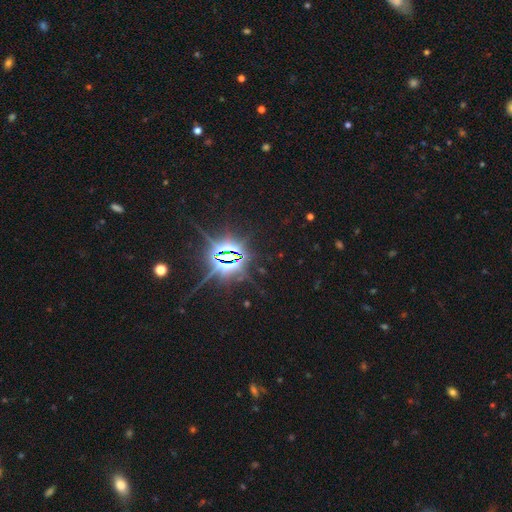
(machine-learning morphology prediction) This is clearly a star or artifact rather than a galaxy (87%).